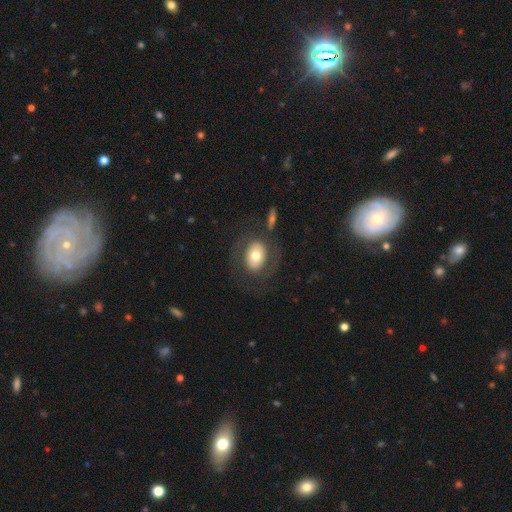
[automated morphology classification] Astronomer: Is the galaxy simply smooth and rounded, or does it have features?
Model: smooth — 61%.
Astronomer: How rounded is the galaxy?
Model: in between — 70%.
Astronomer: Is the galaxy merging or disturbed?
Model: none — 69%.